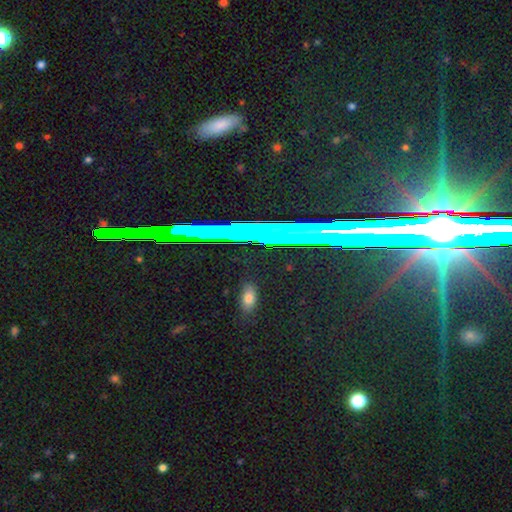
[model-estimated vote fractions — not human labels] smooth-or-featured: star or artifact: 67% | featured or disk: 21% | smooth: 12%